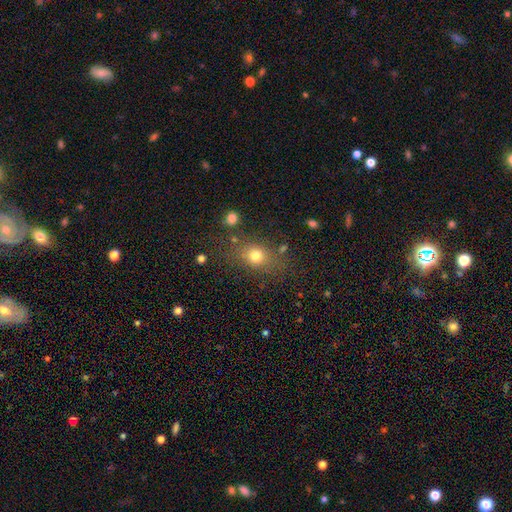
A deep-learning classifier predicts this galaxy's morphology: The model was most divided on "how rounded": round: 49%, in between: 48%, cigar-shaped: 3%. More confident: smooth or featured — smooth (74%); merging — none (72%).